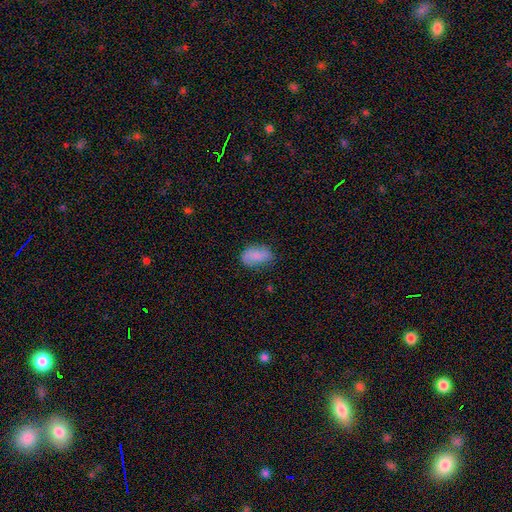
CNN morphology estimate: smooth 80%, featured or disk 12%, star or artifact 8%. Down the decision tree: how rounded — in between (90%); merging — none (69%).